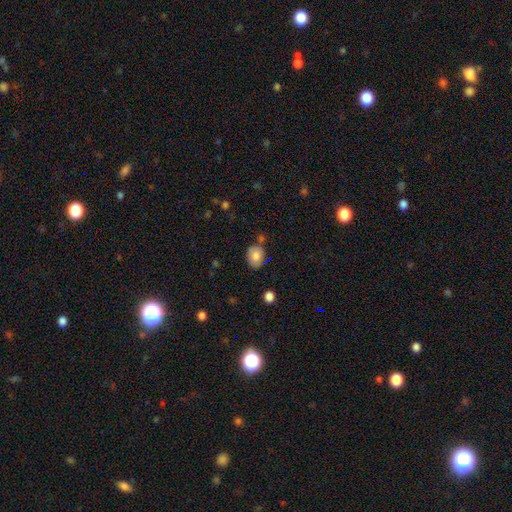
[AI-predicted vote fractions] This is likely a smooth galaxy (77%). How rounded: possibly in between (58%). Merging: likely none (68%).